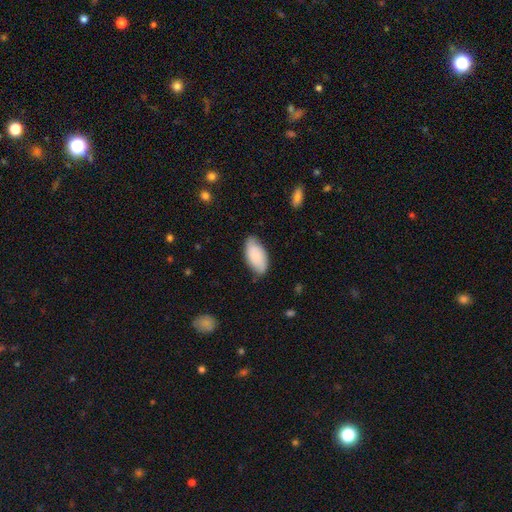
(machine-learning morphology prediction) This appears to be a smooth galaxy with no disk features (77%) that is in between round and cigar-shaped (94%). Merging: none (76%).